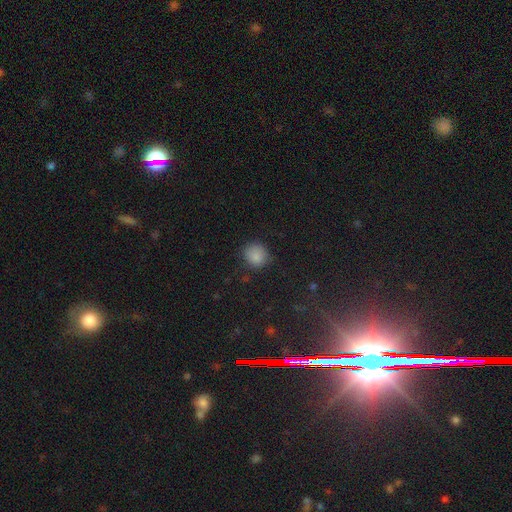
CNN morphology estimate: Q: Smooth or featured?
A: smooth (85%); runner-up: star or artifact (11%)
Q: How rounded?
A: round (87%); runner-up: in between (12%)
Q: Merging?
A: none (81%); runner-up: minor disturbance (14%)